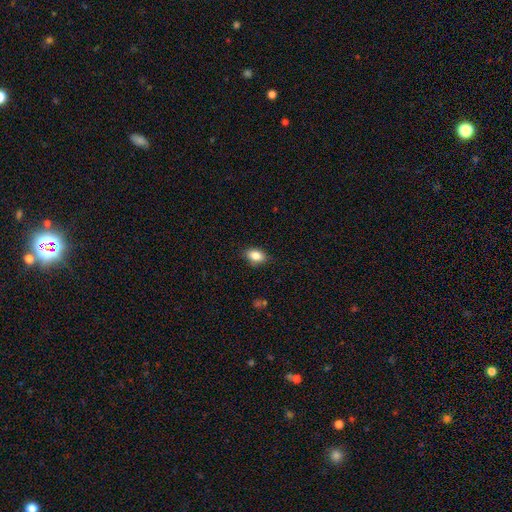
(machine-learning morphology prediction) Smooth or featured? smooth (85%)
How rounded? in between (82%)
Merging? none (84%)